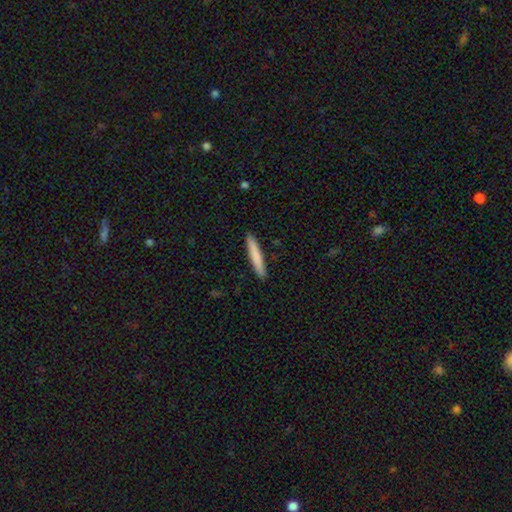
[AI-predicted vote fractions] smooth_or_featured: smooth (p=0.78) [alt: featured or disk p=0.17]
how_rounded: cigar-shaped (p=0.95) [alt: in between p=0.04]
merging: none (p=0.91) [alt: minor disturbance p=0.06]